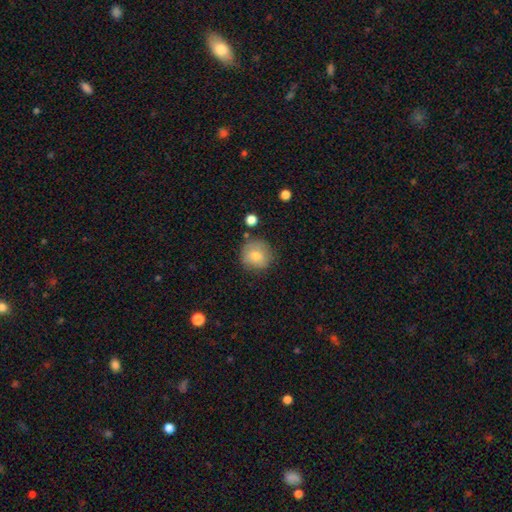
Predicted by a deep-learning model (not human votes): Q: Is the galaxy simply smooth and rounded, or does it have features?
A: smooth — 76%.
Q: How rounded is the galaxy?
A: round — 89%.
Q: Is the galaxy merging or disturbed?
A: none — 76%.